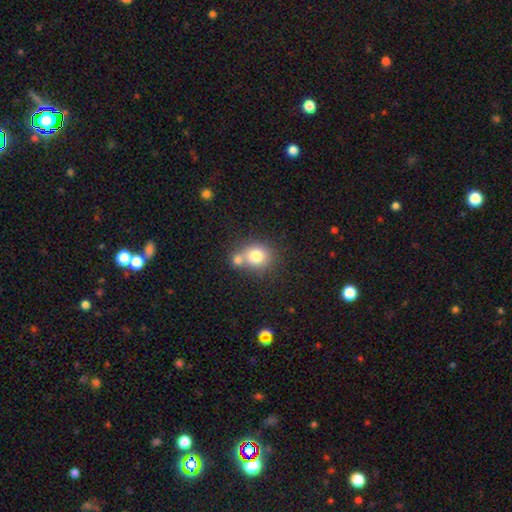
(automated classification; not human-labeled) This appears to be a smooth galaxy with no disk features (78%) that is round (76%). Merging: none (44%).